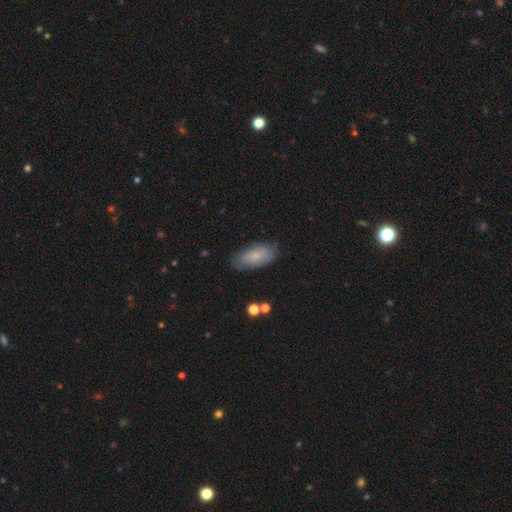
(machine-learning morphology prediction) This appears to be a smooth galaxy with no disk features (74%) that is in between round and cigar-shaped (89%). Merging: none (79%).